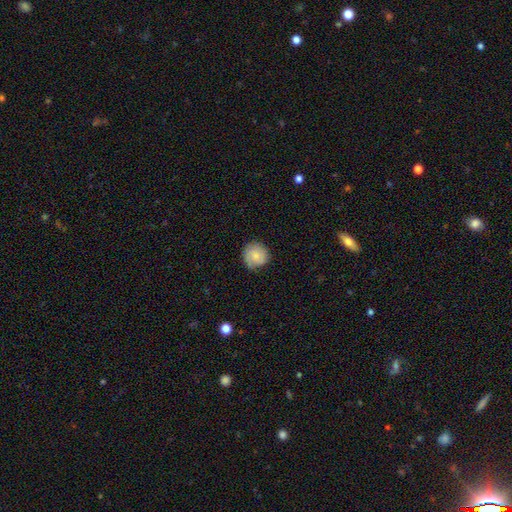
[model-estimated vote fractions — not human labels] Smooth or featured?
  - smooth: 73% *
  - featured or disk: 20%
  - star or artifact: 7%
How rounded?
  - round: 92% *
  - in between: 7%
  - cigar-shaped: 1%
Merging?
  - none: 76% *
  - minor disturbance: 19%
  - major disturbance: 4%
  - merger: 1%